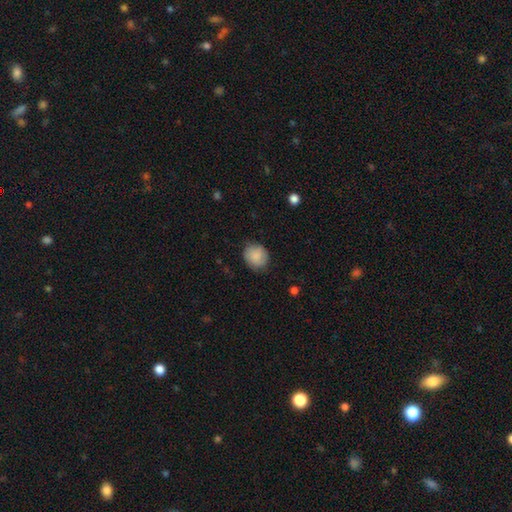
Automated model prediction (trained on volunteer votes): A smooth galaxy with no disk features (86%) that is round (75%). Merging: none (80%).